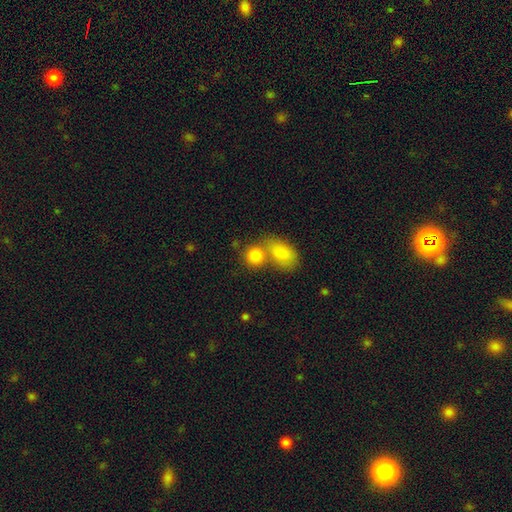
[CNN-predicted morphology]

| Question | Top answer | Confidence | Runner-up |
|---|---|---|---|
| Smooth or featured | smooth | 83% | star or artifact (9%) |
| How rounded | round | 72% | in between (27%) |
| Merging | merger | 47% | none (42%) |